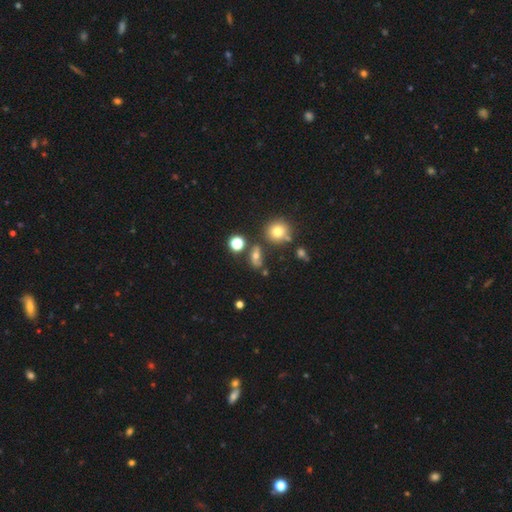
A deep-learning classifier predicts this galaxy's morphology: This is possibly a smooth galaxy (55%). How rounded: possibly in between (57%). Merging: likely none (64%).